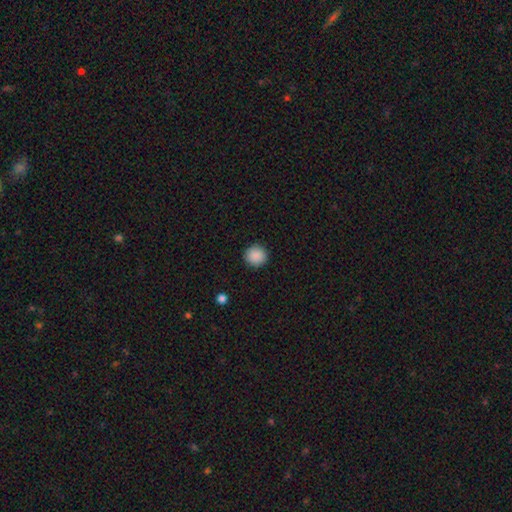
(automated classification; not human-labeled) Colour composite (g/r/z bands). It shows a smooth galaxy with no disk features (89%) that is round (95%). Merging: none (93%).